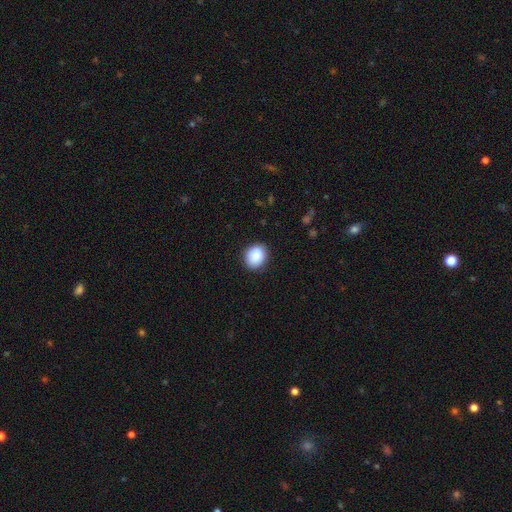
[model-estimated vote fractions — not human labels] smooth 88%, star or artifact 7%, featured or disk 5%. Down the decision tree: how rounded — round (62%); merging — none (87%).